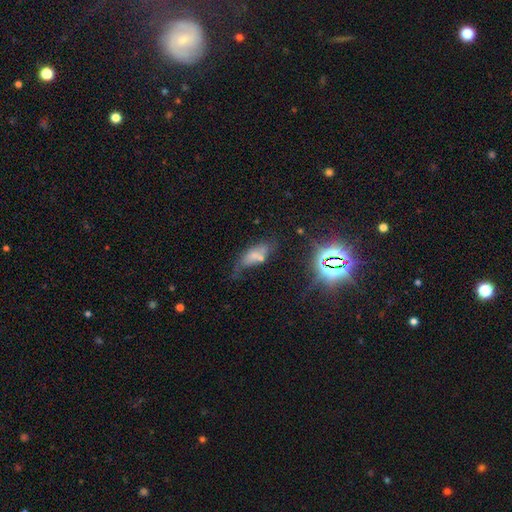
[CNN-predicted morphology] Q: Smooth or featured?
A: smooth (58%); runner-up: featured or disk (26%)
Q: How rounded?
A: in between (77%); runner-up: cigar-shaped (18%)
Q: Merging?
A: none (37%); runner-up: minor disturbance (26%)